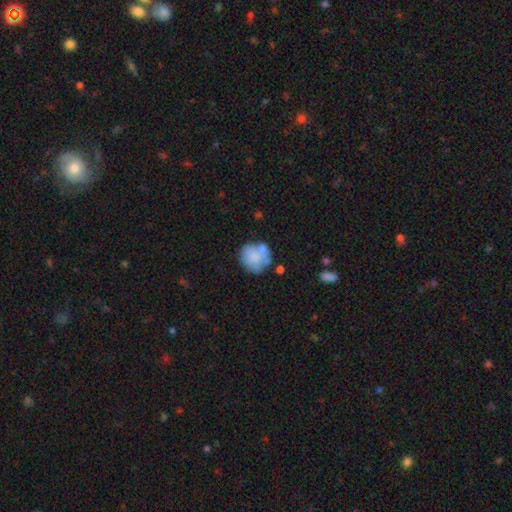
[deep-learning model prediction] smooth 64%, featured or disk 28%, star or artifact 8%. Down the decision tree: how rounded — round (78%); merging — none (48%).